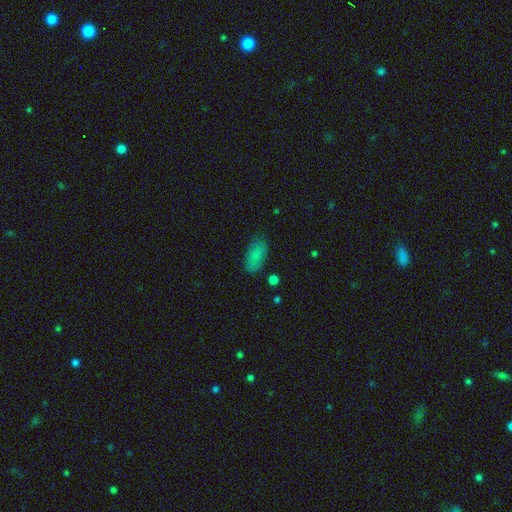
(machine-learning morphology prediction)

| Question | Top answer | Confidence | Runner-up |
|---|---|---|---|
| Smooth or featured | smooth | 84% | star or artifact (10%) |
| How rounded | in between | 89% | cigar-shaped (8%) |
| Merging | none | 81% | minor disturbance (14%) |